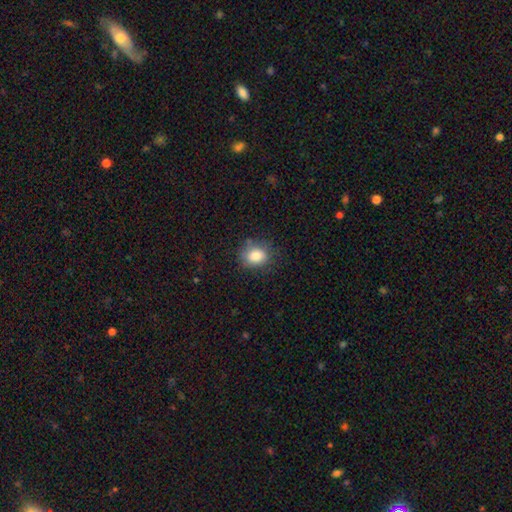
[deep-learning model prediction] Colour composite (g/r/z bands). It shows a smooth galaxy with no disk features (84%) that is round (53%). Merging: none (75%).